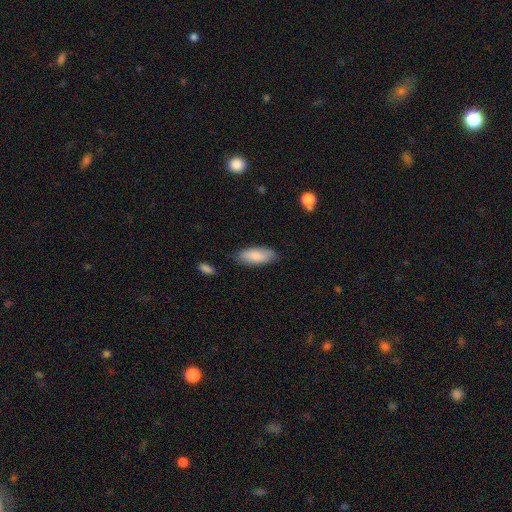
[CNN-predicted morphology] A smooth galaxy with no disk features (86%) that is in between round and cigar-shaped (78%). Merging: none (81%).